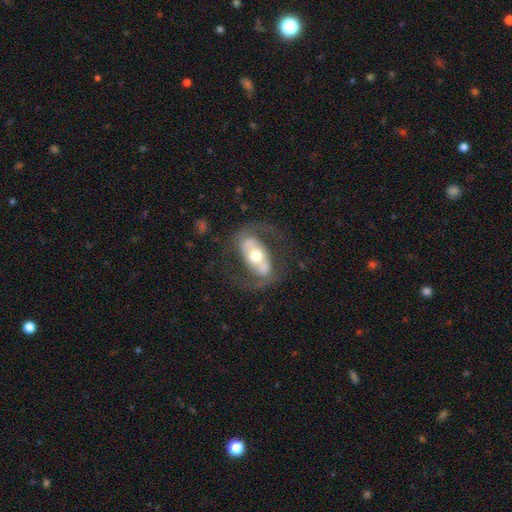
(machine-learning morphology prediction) featured or disk 77%, smooth 17%, star or artifact 5%. Down the decision tree: edge-on disk — no (94%); bar — strong (38%); spiral arms — yes (78%); spiral arm count — 2 (88%); spiral winding — medium (51%); bulge size — moderate (68%); merging — none (67%).